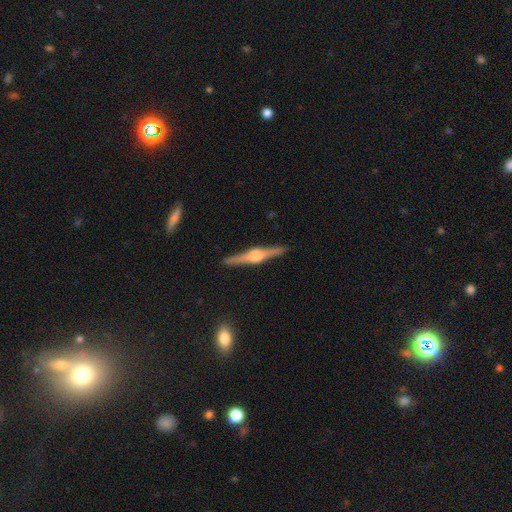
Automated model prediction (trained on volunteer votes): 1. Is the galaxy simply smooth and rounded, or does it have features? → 84% featured or disk, 10% smooth, 5% star or artifact.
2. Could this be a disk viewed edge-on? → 98% yes, 2% no.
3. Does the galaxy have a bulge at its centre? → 89% rounded, 9% boxy, 2% none.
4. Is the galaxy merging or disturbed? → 91% none, 6% minor disturbance, 1% major disturbance, 1% merger.